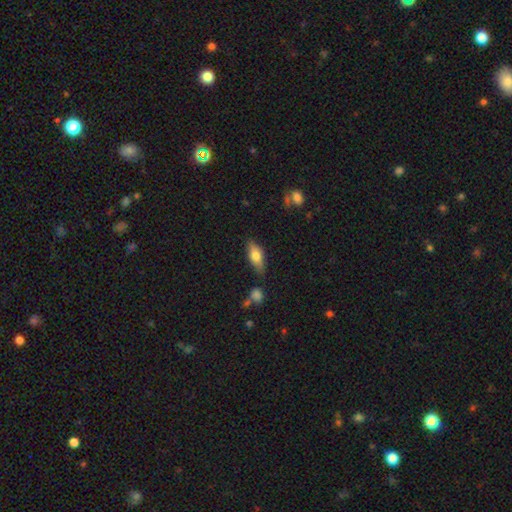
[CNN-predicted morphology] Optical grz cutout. It shows a smooth galaxy with no disk features (65%) that is in between round and cigar-shaped (72%). Merging: none (77%).